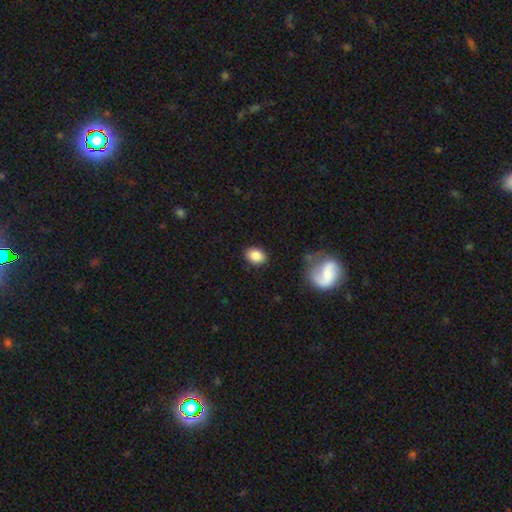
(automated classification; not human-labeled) This is clearly a smooth galaxy (85%). How rounded: likely in between (74%). Merging: clearly none (86%).